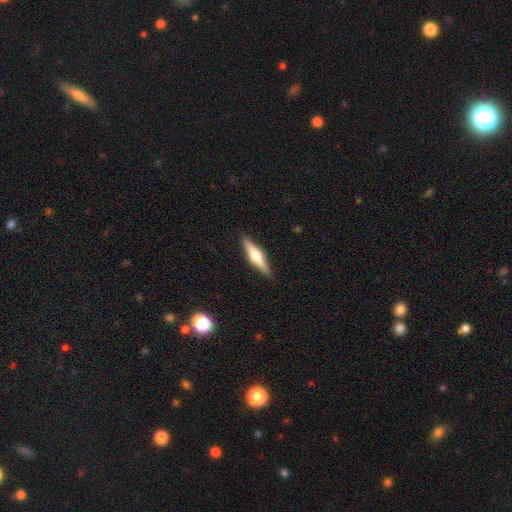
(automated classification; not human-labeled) The model was most divided on "smooth or featured": featured or disk: 61%, smooth: 33%, star or artifact: 6%. More confident: edge-on disk — yes (96%); edge-on bulge — rounded (93%); merging — none (90%).